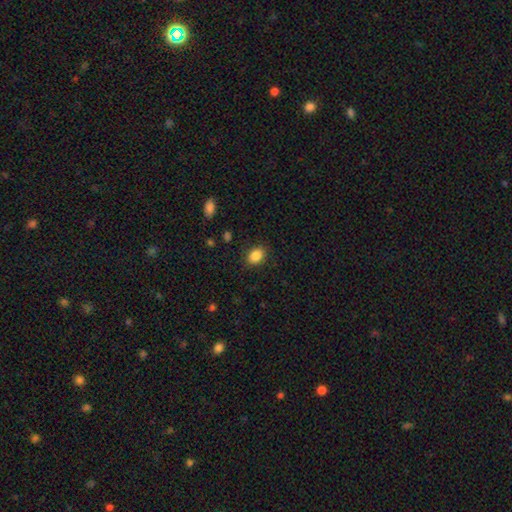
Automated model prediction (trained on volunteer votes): The model was most divided on "how rounded": in between: 71%, round: 28%, cigar-shaped: 1%. More confident: smooth or featured — smooth (87%); merging — none (86%).